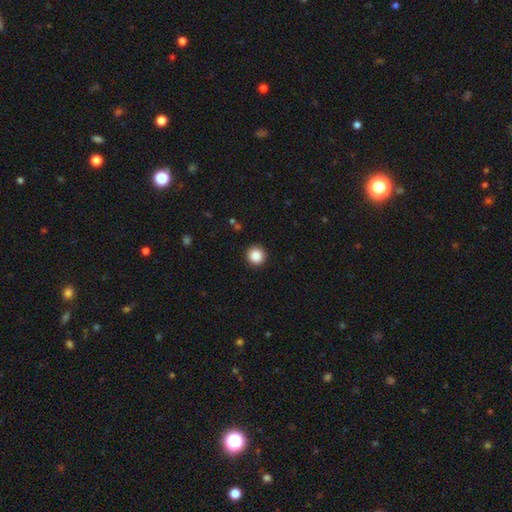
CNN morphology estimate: A smooth galaxy with no disk features (88%) that is round (96%). Merging: none (92%).